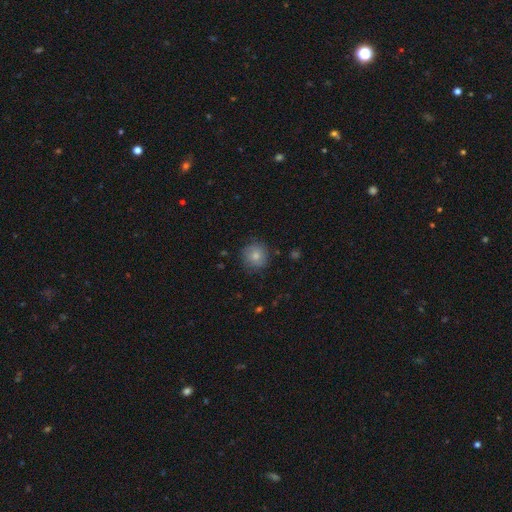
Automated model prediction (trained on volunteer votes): smooth-or-featured: smooth: 76% | featured or disk: 14% | star or artifact: 9%
  how-rounded: round: 91% | in between: 8% | cigar-shaped: 1%
  merging: none: 81% | minor disturbance: 14% | major disturbance: 4% | merger: 1%